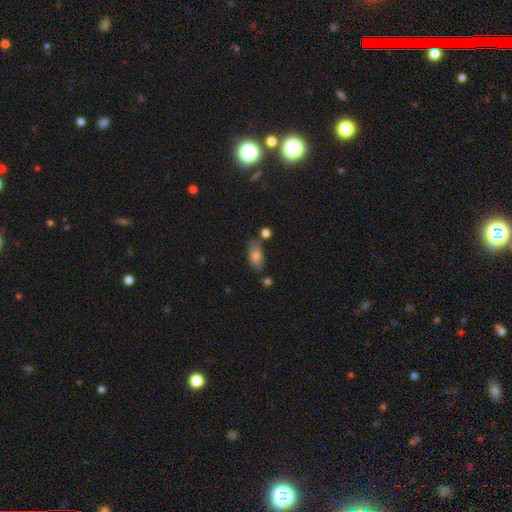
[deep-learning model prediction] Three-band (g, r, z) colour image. It shows a smooth galaxy with no disk features (80%) that is in between round and cigar-shaped (90%). Merging: none (67%).